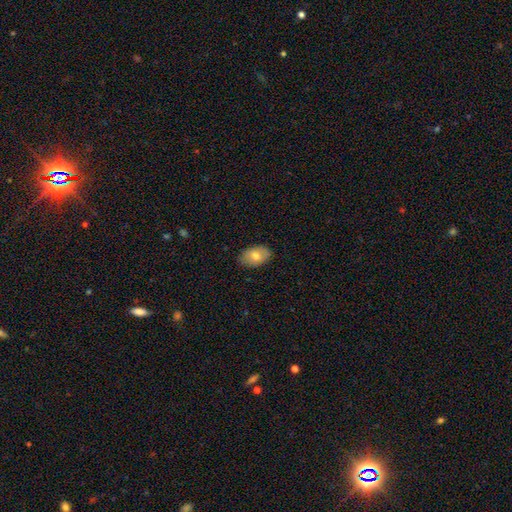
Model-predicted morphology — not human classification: Smooth or featured? smooth (74%)
How rounded? in between (91%)
Merging? none (84%)